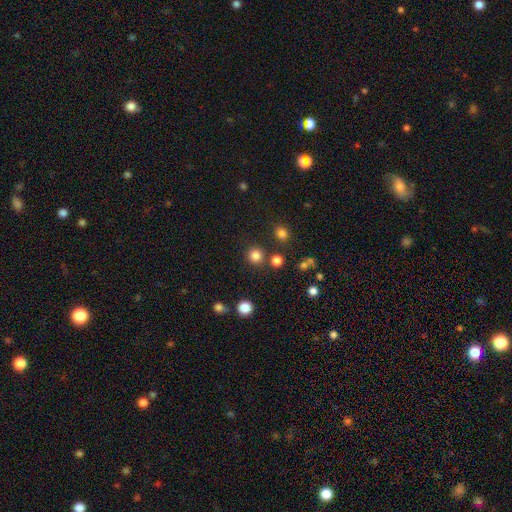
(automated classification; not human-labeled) The model was most divided on "smooth or featured": smooth: 81%, star or artifact: 15%, featured or disk: 4%. More confident: how rounded — round (92%); merging — none (85%).